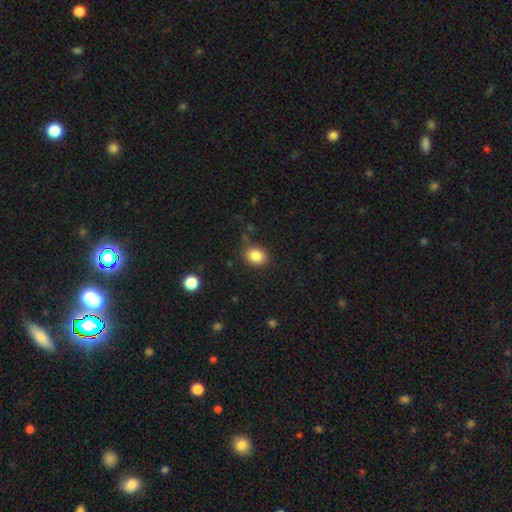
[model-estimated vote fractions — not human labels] A smooth galaxy with no disk features (85%) that is in between round and cigar-shaped (55%). Merging: none (83%).